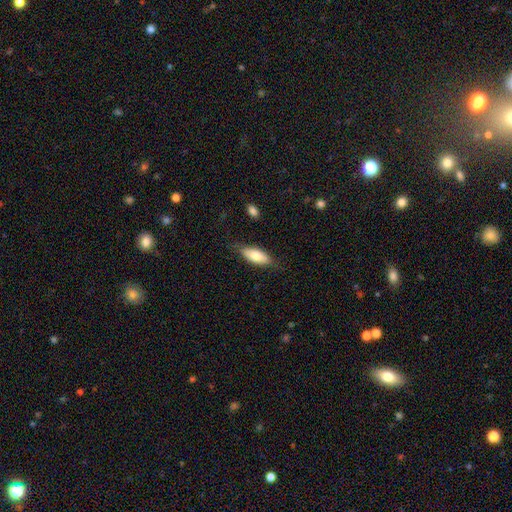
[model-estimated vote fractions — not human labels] Smooth or featured: smooth — 74% (featured or disk — 20%)
How rounded: in between — 76% (cigar-shaped — 22%)
Merging: none — 77% (minor disturbance — 17%)